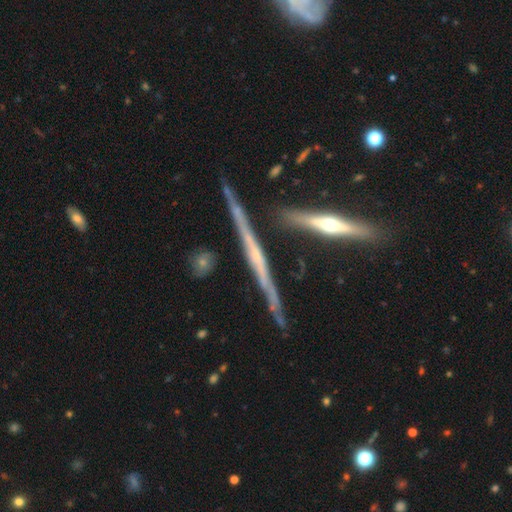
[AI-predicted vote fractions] A featured or disk galaxy (82%) viewed edge-on (97%) with a rounded central bulge (52%).

Vote fractions:
- Smooth or featured? featured or disk: 82% / smooth: 11% / star or artifact: 7%
- Edge-on disk? yes: 97% / no: 3%
- Edge-on bulge? rounded: 52% / none: 39% / boxy: 9%
- Merging? none: 77% / minor disturbance: 13% / merger: 8% / major disturbance: 3%